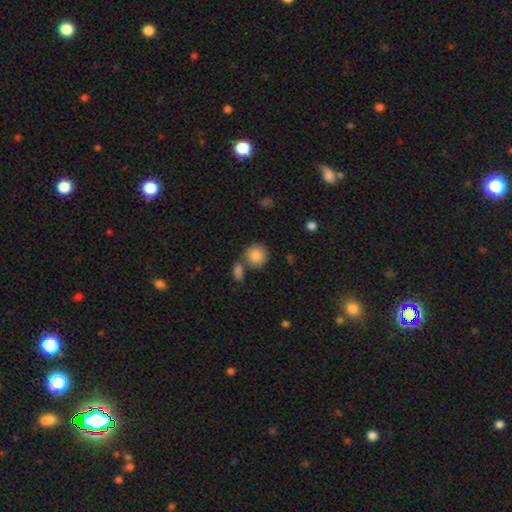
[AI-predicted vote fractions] The model was most divided on "merging": none: 66%, merger: 20%, minor disturbance: 11%, major disturbance: 4%. More confident: how rounded — round (87%); smooth or featured — smooth (86%).